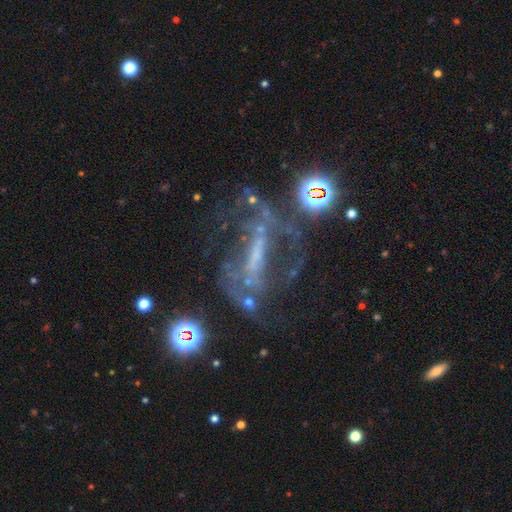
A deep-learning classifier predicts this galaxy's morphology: A featured or disk galaxy (70%) with a strong bar (58%), spiral arms (63%) and no central bulge (40%). Merging: none (49%).